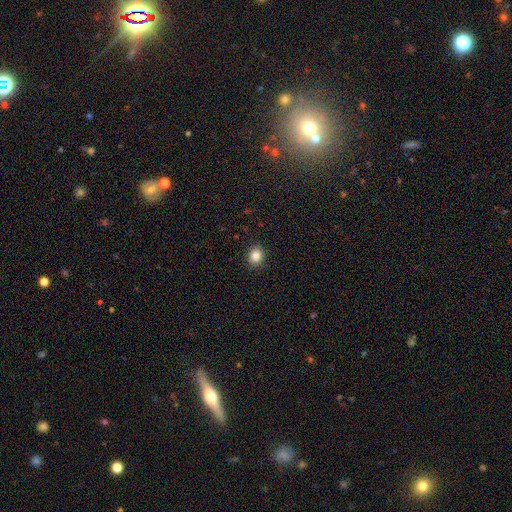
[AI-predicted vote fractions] smooth 85%, star or artifact 10%, featured or disk 5%. Down the decision tree: how rounded — round (67%); merging — none (90%).